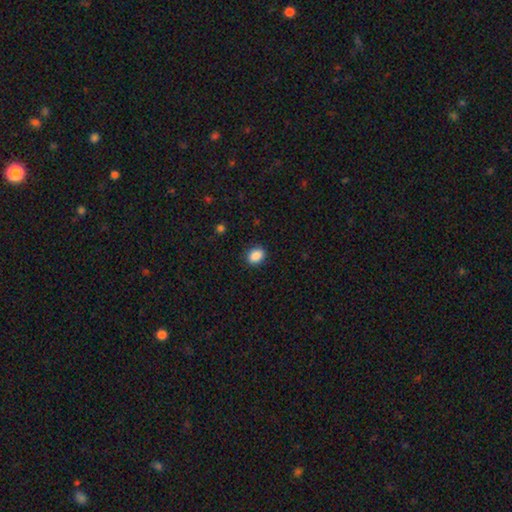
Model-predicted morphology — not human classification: A smooth galaxy with no disk features (89%) that is in between round and cigar-shaped (64%). Merging: none (88%).